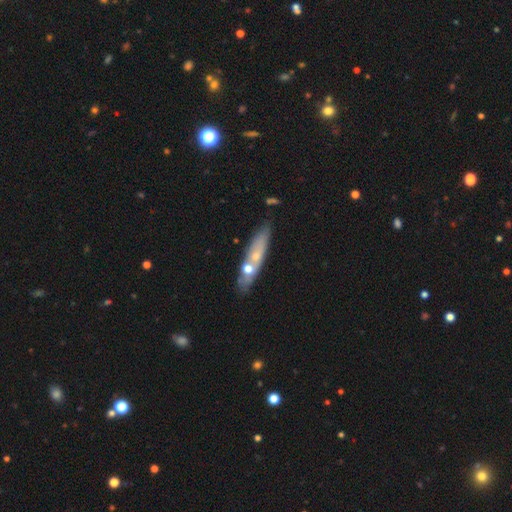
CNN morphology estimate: A smooth galaxy with no disk features (47%).

Vote fractions:
- Smooth or featured? smooth: 47% / featured or disk: 45% / star or artifact: 8%
- Merging? none: 68% / minor disturbance: 14% / merger: 14% / major disturbance: 4%